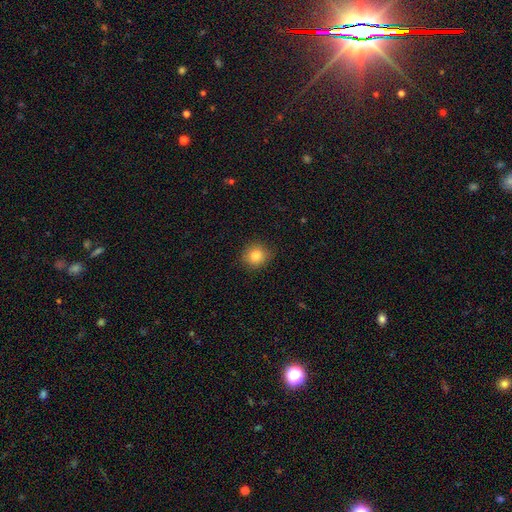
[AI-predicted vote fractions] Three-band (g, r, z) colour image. It shows a smooth galaxy with no disk features (83%) that is round (85%). Merging: none (86%).